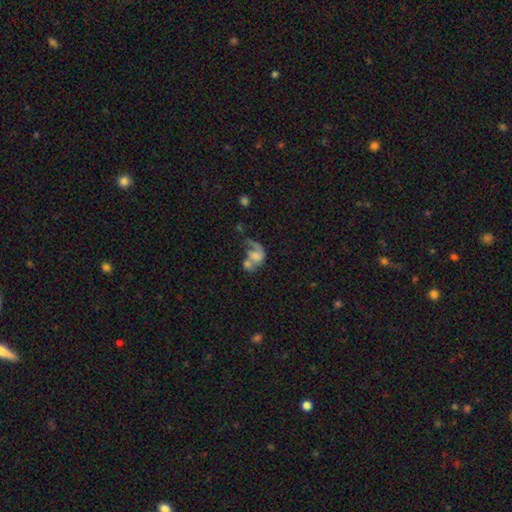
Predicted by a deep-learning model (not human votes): This is possibly a featured or disk galaxy (58%). It is clearly not viewed edge-on (97%). Bar: likely no (64%). Spiral arm pattern: likely yes (74%). Central bulge: marginally none (34%). Merging: marginally merger (43%).